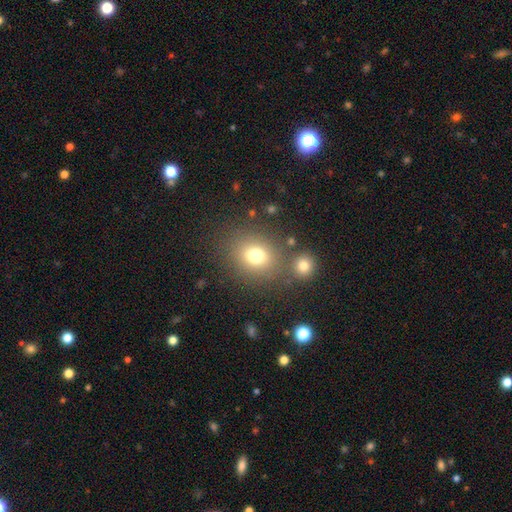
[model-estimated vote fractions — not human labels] Smooth or featured: smooth — 75% (star or artifact — 15%)
How rounded: round — 70% (in between — 29%)
Merging: none — 73% (merger — 12%)